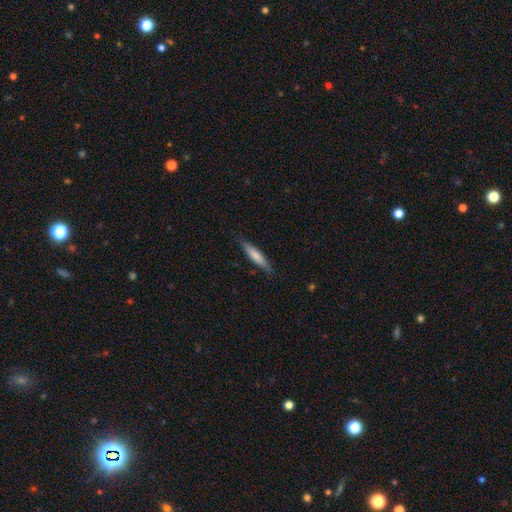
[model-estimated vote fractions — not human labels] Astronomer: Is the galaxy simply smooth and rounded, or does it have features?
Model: smooth — 70%.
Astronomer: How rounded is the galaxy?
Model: cigar-shaped — 86%.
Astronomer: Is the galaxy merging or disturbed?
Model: none — 85%.